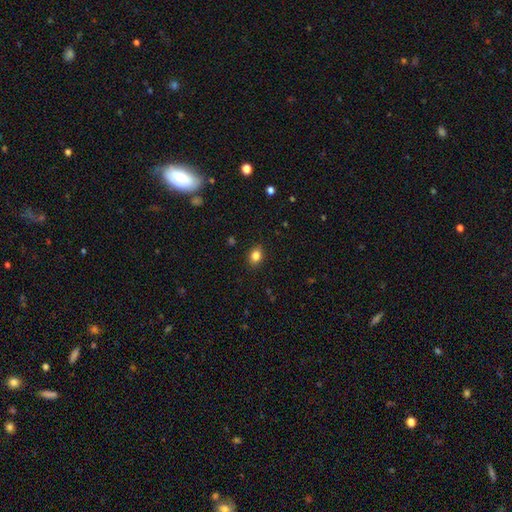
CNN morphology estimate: smooth-or-featured: smooth: 85% | star or artifact: 11% | featured or disk: 5%
  how-rounded: in between: 65% | round: 34% | cigar-shaped: 1%
  merging: none: 88% | minor disturbance: 8% | major disturbance: 2% | merger: 1%